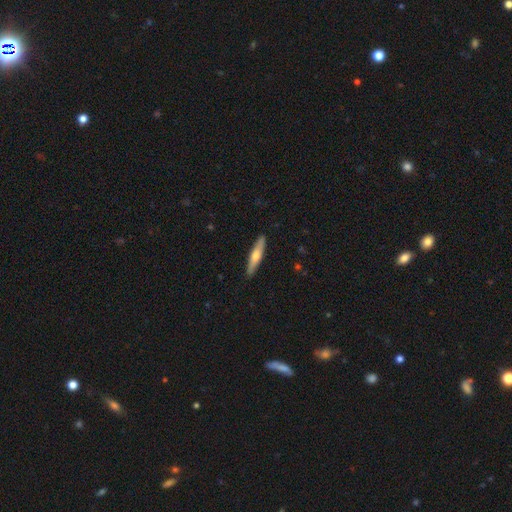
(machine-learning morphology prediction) smooth-or-featured: smooth: 54% | featured or disk: 41% | star or artifact: 5%
  how-rounded: cigar-shaped: 85% | in between: 13% | round: 2%
  merging: none: 91% | minor disturbance: 7% | major disturbance: 1% | merger: 1%